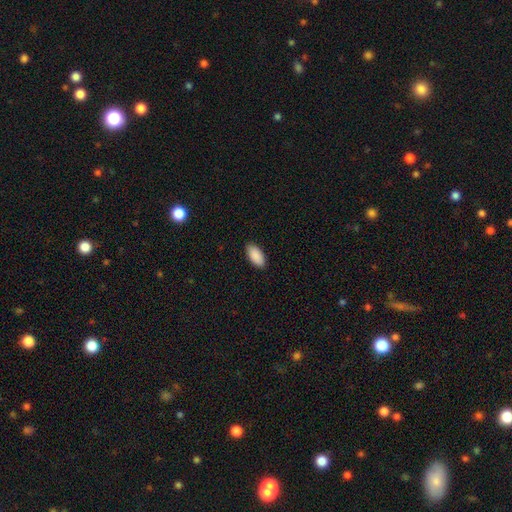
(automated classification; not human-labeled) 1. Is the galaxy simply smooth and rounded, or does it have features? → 91% smooth, 6% star or artifact, 3% featured or disk.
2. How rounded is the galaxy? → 93% in between, 5% cigar-shaped, 2% round.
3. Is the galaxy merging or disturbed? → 89% none, 8% minor disturbance, 2% major disturbance, 1% merger.